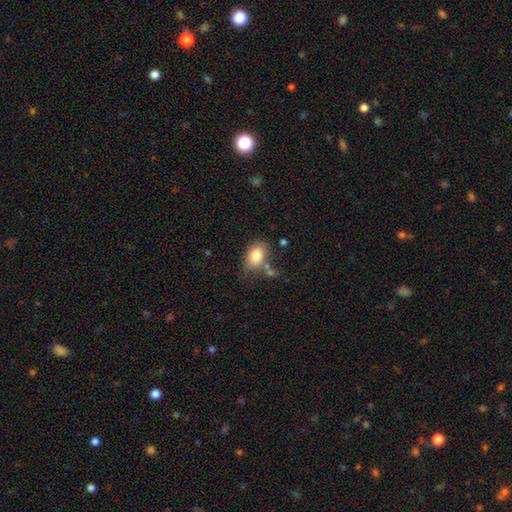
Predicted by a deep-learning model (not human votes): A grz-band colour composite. It shows a smooth galaxy with no disk features (81%) that is in between round and cigar-shaped (81%). Merging: none (60%).